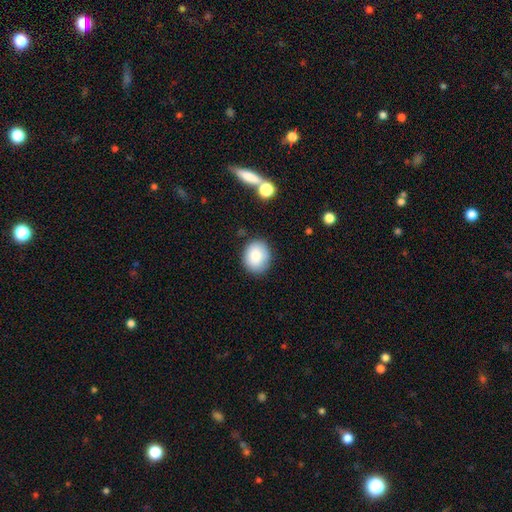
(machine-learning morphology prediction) Smooth or featured? smooth (84%)
How rounded? round (59%)
Merging? none (82%)